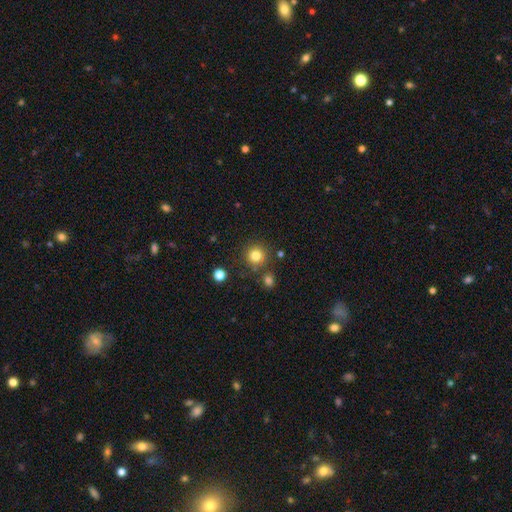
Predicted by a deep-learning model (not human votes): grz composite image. It shows a smooth galaxy with no disk features (82%) that is round (93%). Merging: none (81%).